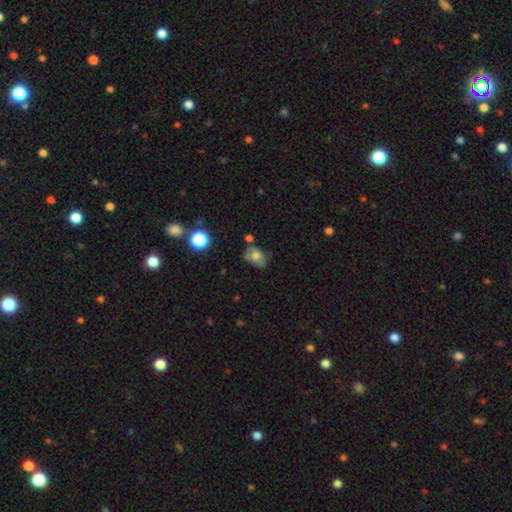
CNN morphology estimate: smooth-or-featured: smooth: 63% | featured or disk: 26% | star or artifact: 11%
  how-rounded: in between: 76% | round: 23% | cigar-shaped: 1%
  merging: none: 50% | minor disturbance: 31% | major disturbance: 10% | merger: 9%